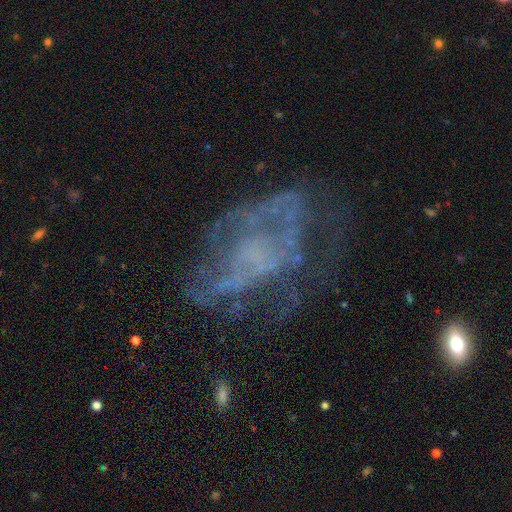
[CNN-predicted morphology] Q: Smooth or featured?
A: featured or disk (67%); runner-up: star or artifact (18%)
Q: Edge-on disk?
A: no (96%); runner-up: yes (4%)
Q: Bar?
A: no (81%); runner-up: weak (14%)
Q: Spiral arms?
A: no (57%); runner-up: yes (43%)
Q: Bulge size?
A: none (74%); runner-up: small (15%)
Q: Merging?
A: none (46%); runner-up: major disturbance (31%)